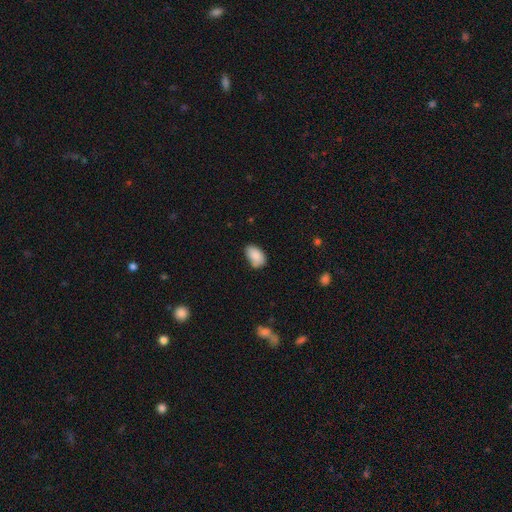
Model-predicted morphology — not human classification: Overall: smooth (87%). How rounded: in between (92%). Merging: none (67%).